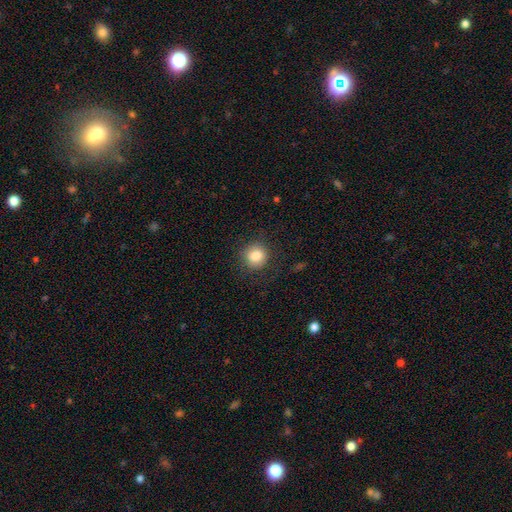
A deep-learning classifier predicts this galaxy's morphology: This appears to be a smooth galaxy with no disk features (85%) that is round (88%). Merging: none (84%).